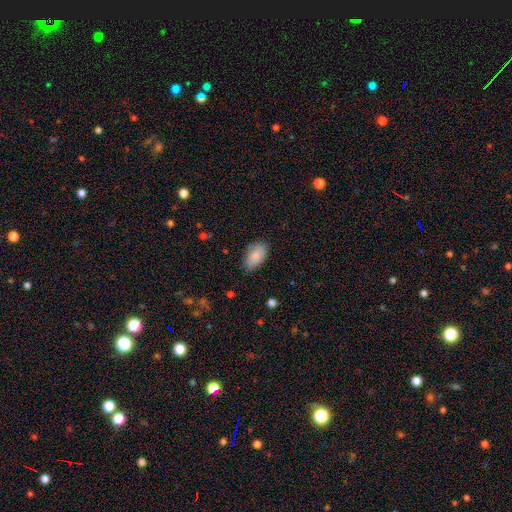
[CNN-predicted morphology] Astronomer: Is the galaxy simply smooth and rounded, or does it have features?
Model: smooth — 86%.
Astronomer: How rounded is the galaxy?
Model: in between — 93%.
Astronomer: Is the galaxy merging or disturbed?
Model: none — 73%.